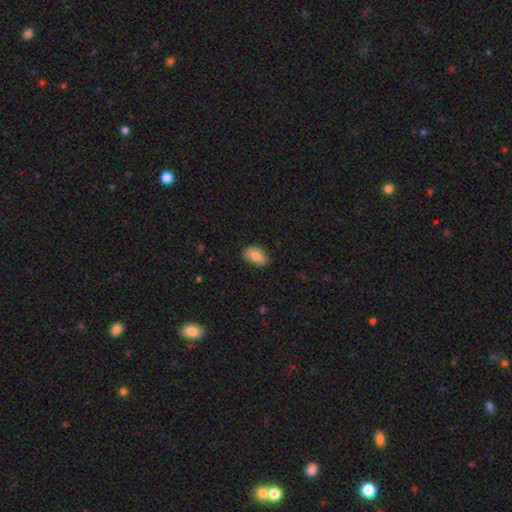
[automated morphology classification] A smooth galaxy with no disk features (83%) that is in between round and cigar-shaped (91%). Merging: none (84%).